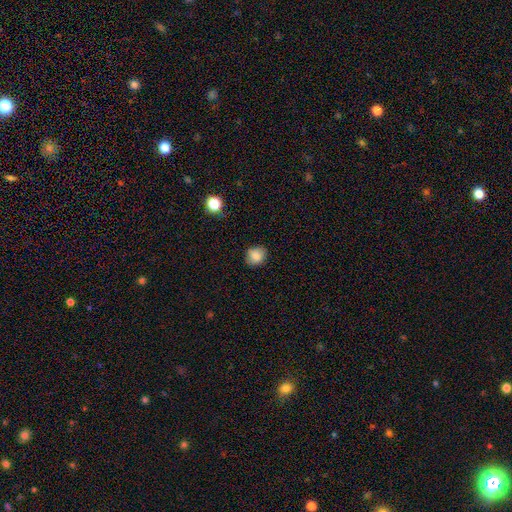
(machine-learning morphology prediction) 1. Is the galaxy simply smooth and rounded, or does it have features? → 86% smooth, 10% star or artifact, 5% featured or disk.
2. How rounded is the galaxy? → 71% round, 28% in between, 1% cigar-shaped.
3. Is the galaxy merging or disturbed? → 82% none, 13% minor disturbance, 3% major disturbance, 1% merger.